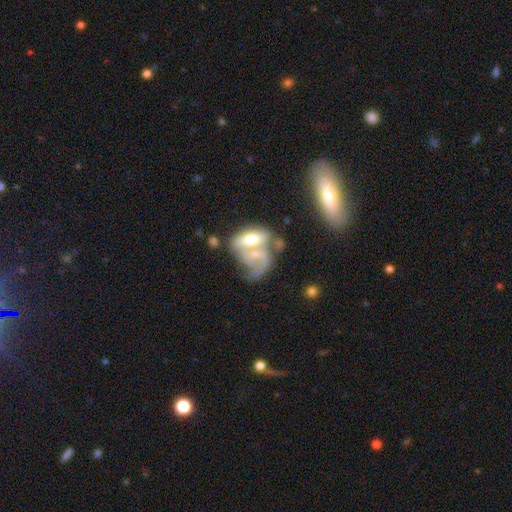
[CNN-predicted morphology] A featured or disk galaxy (50%).

Vote fractions:
- Smooth or featured? featured or disk: 50% / smooth: 42% / star or artifact: 8%
- Edge-on disk? no: 93% / yes: 7%
- Merging? merger: 67% / major disturbance: 14% / none: 12% / minor disturbance: 8%